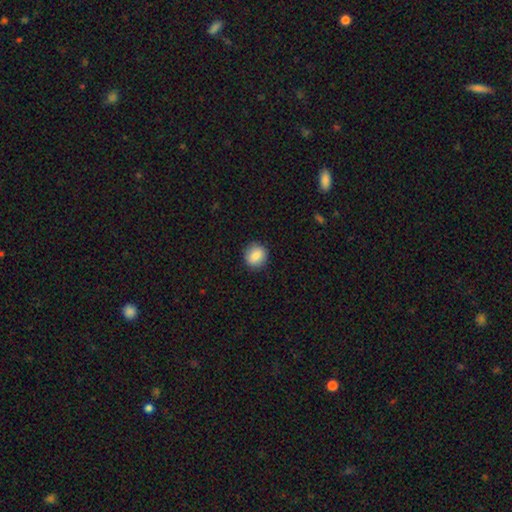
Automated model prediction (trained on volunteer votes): The model was most divided on "how rounded": round: 85%, in between: 14%, cigar-shaped: 1%. More confident: merging — none (90%); smooth or featured — smooth (86%).